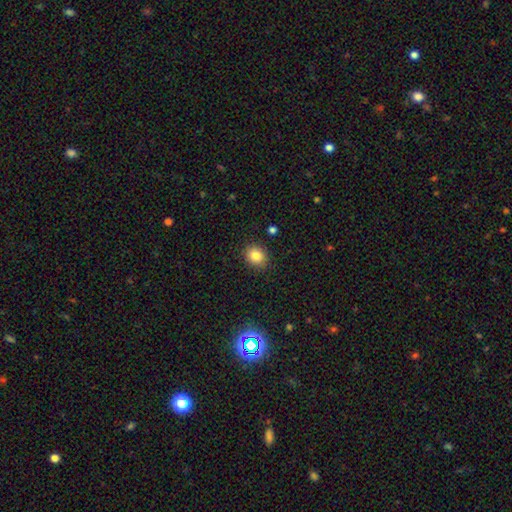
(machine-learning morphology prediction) This is clearly a smooth galaxy (83%). How rounded: likely round (70%). Merging: clearly none (89%).